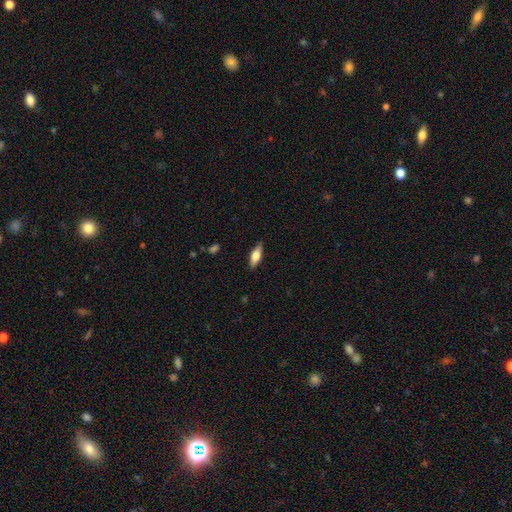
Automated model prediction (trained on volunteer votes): smooth-or-featured: smooth: 63% | featured or disk: 31% | star or artifact: 6%
  how-rounded: in between: 62% | cigar-shaped: 36% | round: 3%
  merging: none: 86% | minor disturbance: 11% | major disturbance: 2% | merger: 1%